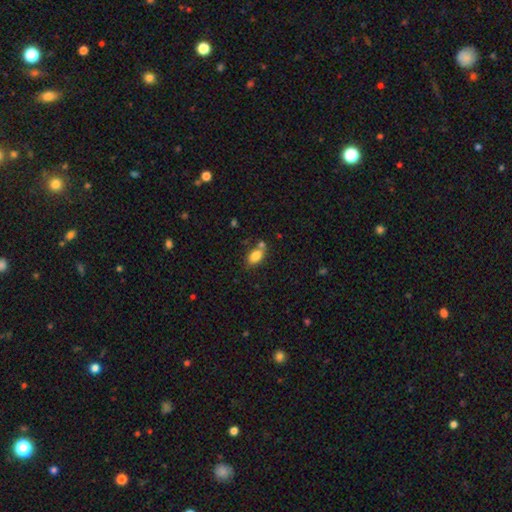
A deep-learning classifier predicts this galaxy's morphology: This appears to be a smooth galaxy with no disk features (82%) that is in between round and cigar-shaped (86%). Merging: none (57%).